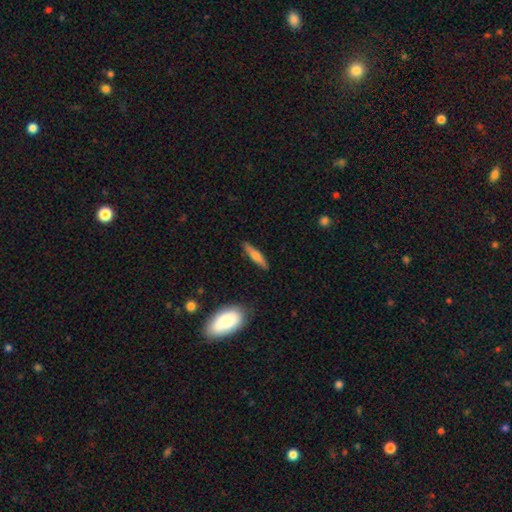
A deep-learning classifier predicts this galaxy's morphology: Overall: smooth (58%; featured or disk 35%). How rounded: cigar-shaped (83%). Merging: none (86%).